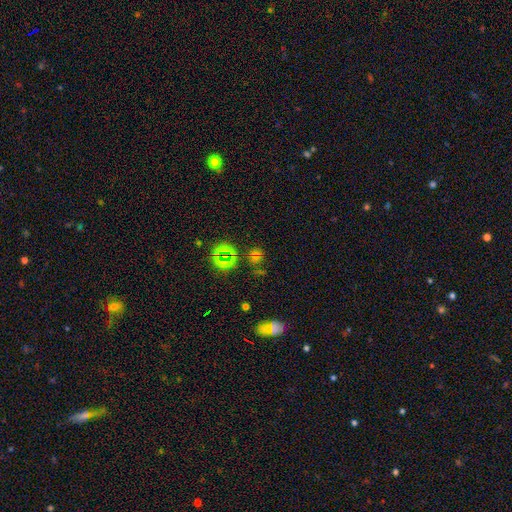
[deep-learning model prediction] smooth_or_featured: star or artifact (p=0.49) [alt: smooth p=0.43]